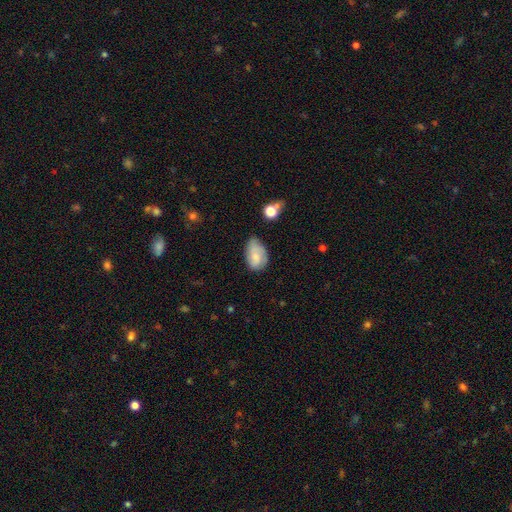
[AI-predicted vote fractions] This appears to be a smooth galaxy with no disk features (71%) that is in between round and cigar-shaped (88%). Merging: none (49%).